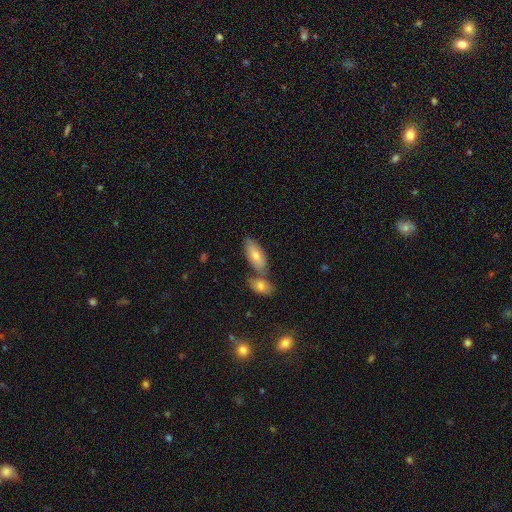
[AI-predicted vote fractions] The model was most divided on "merging": none: 55%, merger: 32%, minor disturbance: 11%, major disturbance: 3%. More confident: how rounded — in between (81%); smooth or featured — smooth (73%).